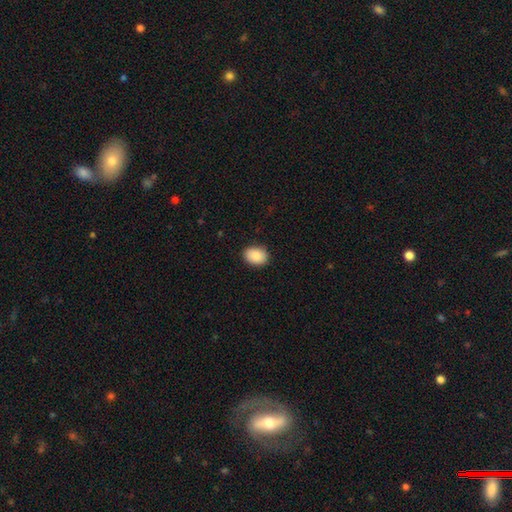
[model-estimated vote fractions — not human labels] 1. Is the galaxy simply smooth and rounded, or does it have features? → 89% smooth, 7% star or artifact, 4% featured or disk.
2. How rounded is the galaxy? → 73% in between, 26% round, 1% cigar-shaped.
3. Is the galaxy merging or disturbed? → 88% none, 9% minor disturbance, 2% major disturbance, 1% merger.